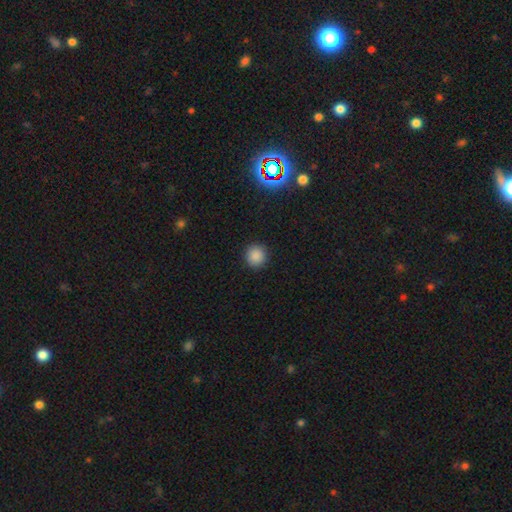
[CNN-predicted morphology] smooth-or-featured: smooth: 87% | star or artifact: 10% | featured or disk: 3%
  how-rounded: round: 93% | in between: 6% | cigar-shaped: 1%
  merging: none: 91% | minor disturbance: 6% | major disturbance: 2% | merger: 1%